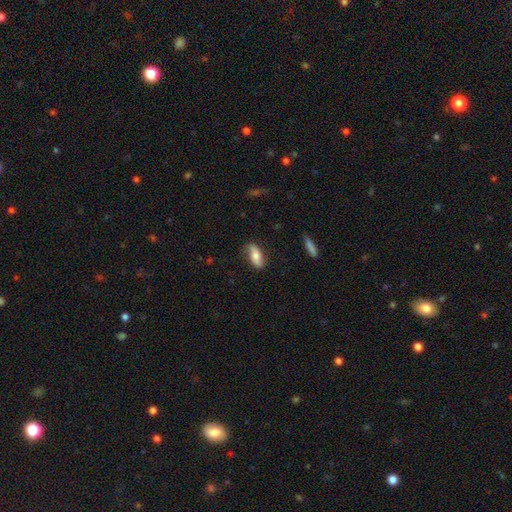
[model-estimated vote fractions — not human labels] A smooth galaxy with no disk features (58%) that is in between round and cigar-shaped (81%).

Vote fractions:
- Smooth or featured? smooth: 58% / featured or disk: 35% / star or artifact: 7%
- How rounded? in between: 81% / cigar-shaped: 16% / round: 3%
- Merging? none: 73% / minor disturbance: 20% / major disturbance: 5% / merger: 2%